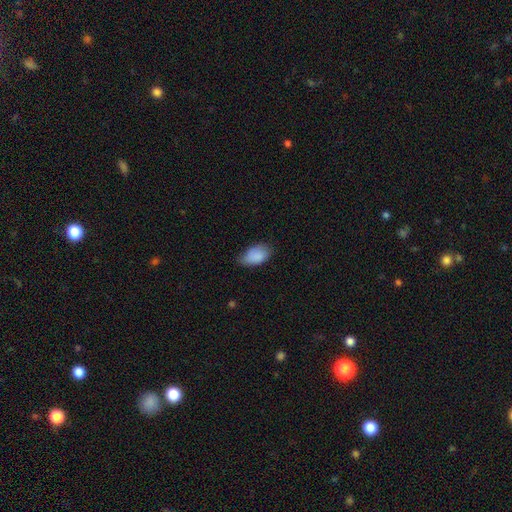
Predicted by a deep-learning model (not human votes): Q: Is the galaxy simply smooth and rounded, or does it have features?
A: smooth — 88%.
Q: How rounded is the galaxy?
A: in between — 93%.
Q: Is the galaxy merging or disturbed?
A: none — 61%.